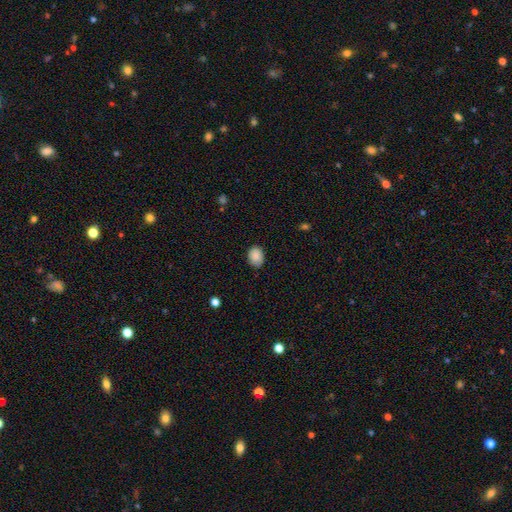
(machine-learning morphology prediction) smooth 89%, star or artifact 8%, featured or disk 3%. Down the decision tree: how rounded — in between (65%); merging — none (79%).